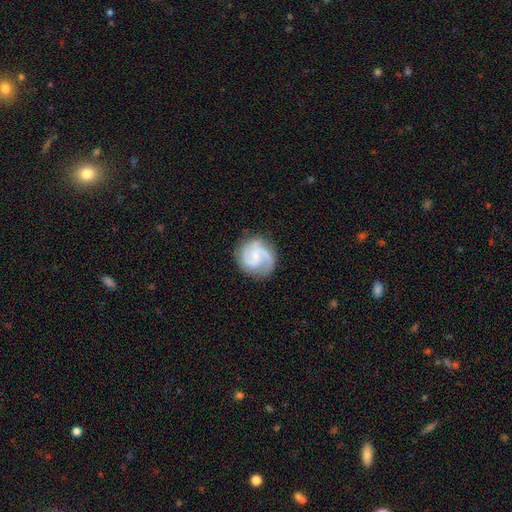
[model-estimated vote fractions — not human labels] A featured or disk galaxy (84%) with no bar (47%), 2 (66%) medium (53%) spiral arms (97%) and a small central bulge (67%).

Vote fractions:
- Smooth or featured? featured or disk: 84% / smooth: 11% / star or artifact: 5%
- Edge-on disk? no: 98% / yes: 2%
- Bar? no: 47% / weak: 45% / strong: 8%
- Spiral arms? yes: 97% / no: 3%
- Spiral winding? medium: 53% / tight: 30% / loose: 17%
- Spiral arm count? 2: 66% / 3: 19% / can't tell: 6% / 1: 4% / 4: 3% / more than 4: 2%
- Bulge size? small: 67% / moderate: 21% / none: 10% / large: 1% / dominant: 1%
- Merging? none: 80% / minor disturbance: 14% / major disturbance: 5% / merger: 1%